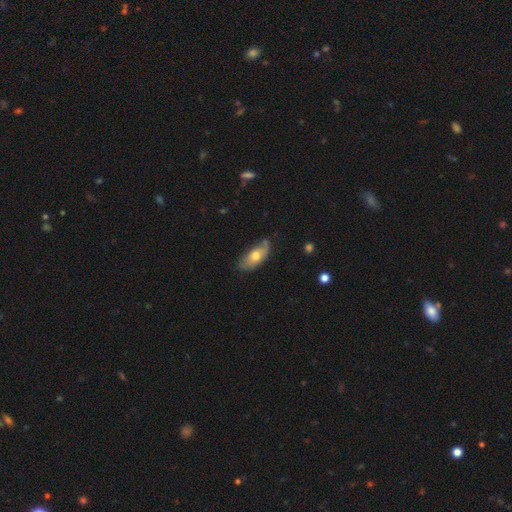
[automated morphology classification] Overall: smooth (67%). How rounded: in between (85%). Merging: none (64%; minor disturbance 28%).